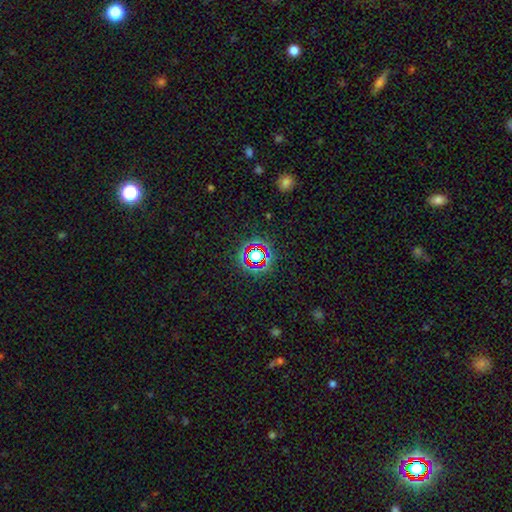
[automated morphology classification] star or artifact 70%, smooth 19%, featured or disk 11%.